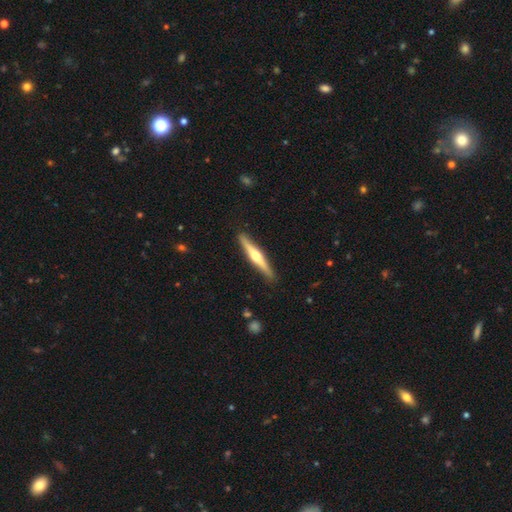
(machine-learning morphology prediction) A featured or disk galaxy (67%) viewed edge-on (97%) with a rounded central bulge (90%).

Vote fractions:
- Smooth or featured? featured or disk: 67% / smooth: 28% / star or artifact: 5%
- Edge-on disk? yes: 97% / no: 3%
- Edge-on bulge? rounded: 90% / none: 5% / boxy: 4%
- Merging? none: 90% / minor disturbance: 8% / major disturbance: 1% / merger: 1%